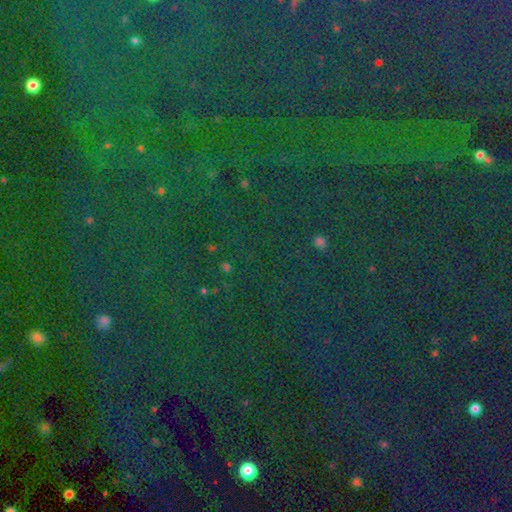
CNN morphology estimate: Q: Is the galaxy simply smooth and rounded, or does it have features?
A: star or artifact — 82%.